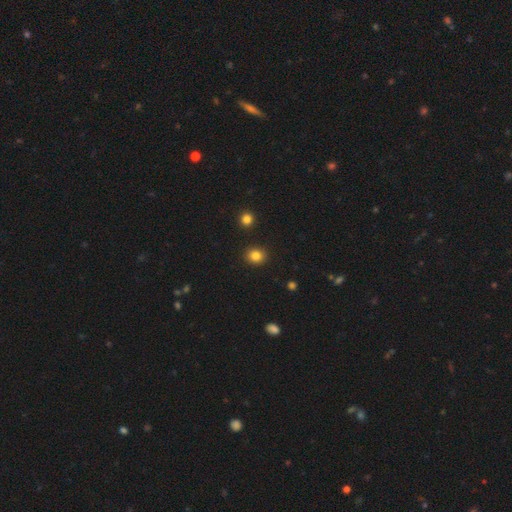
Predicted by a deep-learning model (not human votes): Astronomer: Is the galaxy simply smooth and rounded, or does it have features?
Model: smooth — 84%.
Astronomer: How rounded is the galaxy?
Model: round — 79%.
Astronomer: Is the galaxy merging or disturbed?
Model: none — 91%.